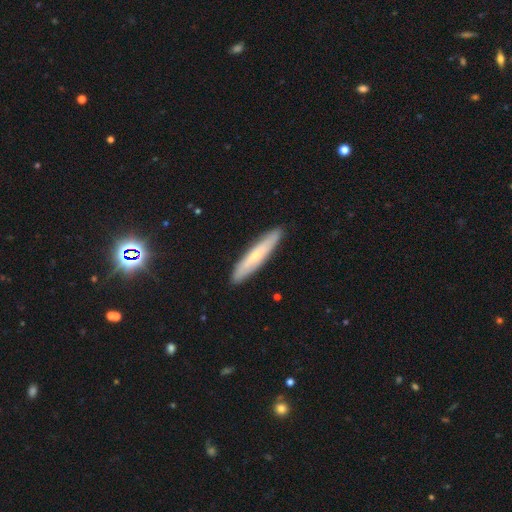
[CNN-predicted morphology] Q: Smooth or featured?
A: smooth (52%); runner-up: featured or disk (42%)
Q: How rounded?
A: cigar-shaped (90%); runner-up: in between (8%)
Q: Merging?
A: none (90%); runner-up: minor disturbance (8%)